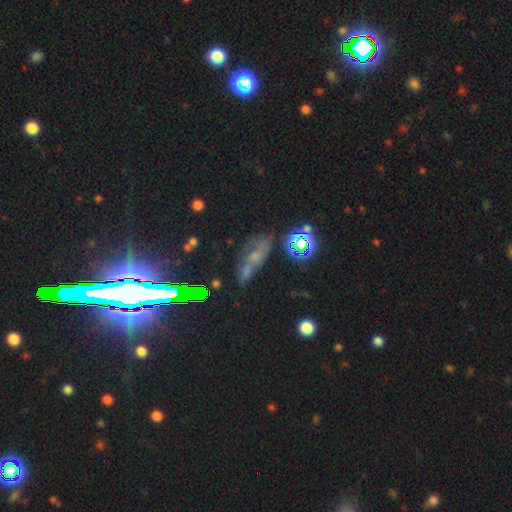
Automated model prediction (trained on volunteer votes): A star or artifact, not a galaxy (41%).